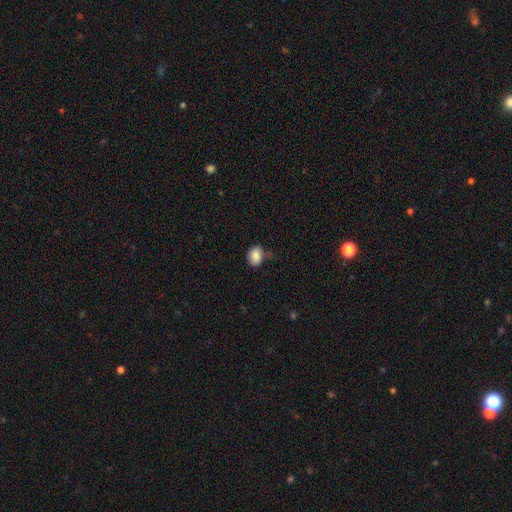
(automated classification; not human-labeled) Smooth or featured? smooth (86%)
How rounded? in between (67%)
Merging? none (67%)